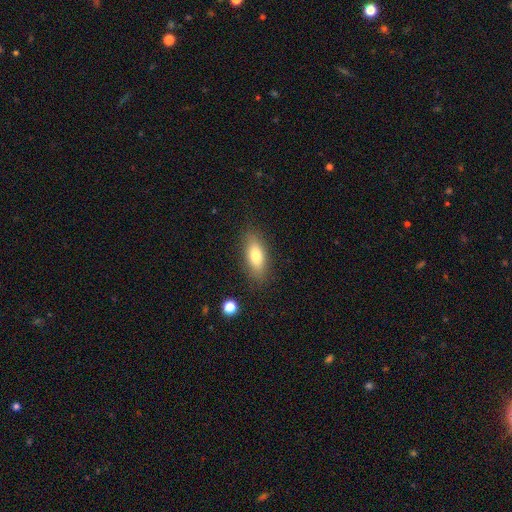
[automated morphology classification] Smooth or featured: smooth — 76% (featured or disk — 17%)
How rounded: in between — 76% (cigar-shaped — 21%)
Merging: none — 83% (minor disturbance — 12%)